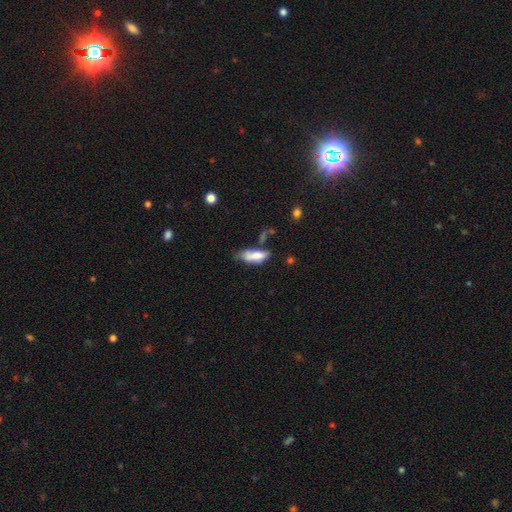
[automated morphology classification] smooth-or-featured: smooth: 73% | featured or disk: 19% | star or artifact: 8%
  how-rounded: in between: 68% | cigar-shaped: 30% | round: 2%
  merging: none: 35% | minor disturbance: 33% | major disturbance: 18% | merger: 15%